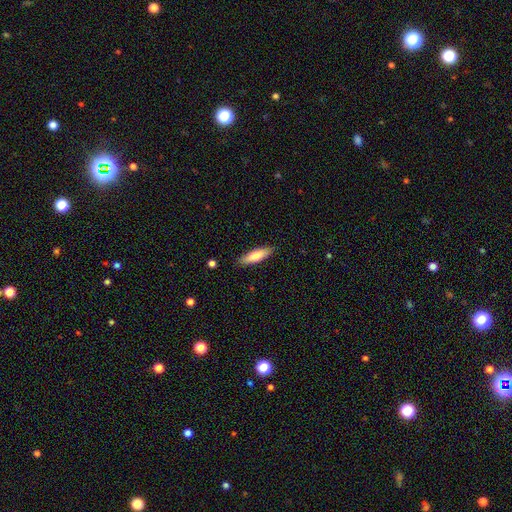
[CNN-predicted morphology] A smooth galaxy with no disk features (71%) that is cigar-shaped (60%). Merging: none (87%).